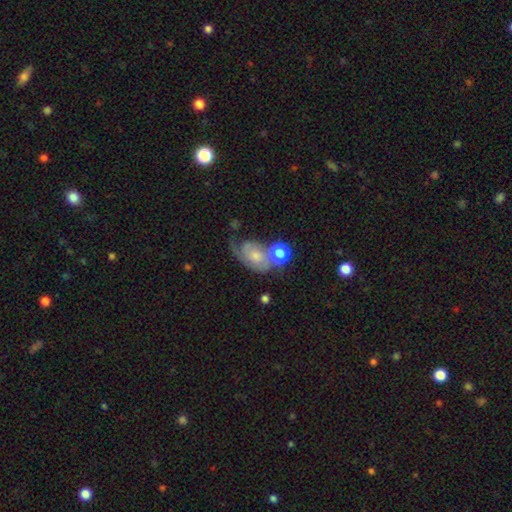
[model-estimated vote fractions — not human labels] A featured or disk galaxy (59%) with no bar (75%), spiral arms (87%) and a small central bulge (46%). Merging: none (37%).